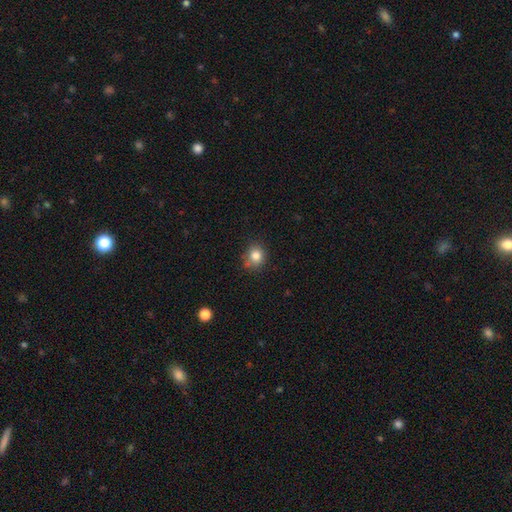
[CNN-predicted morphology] The model was most divided on "how rounded": round: 76%, in between: 23%, cigar-shaped: 1%. More confident: smooth or featured — smooth (83%); merging — none (76%).